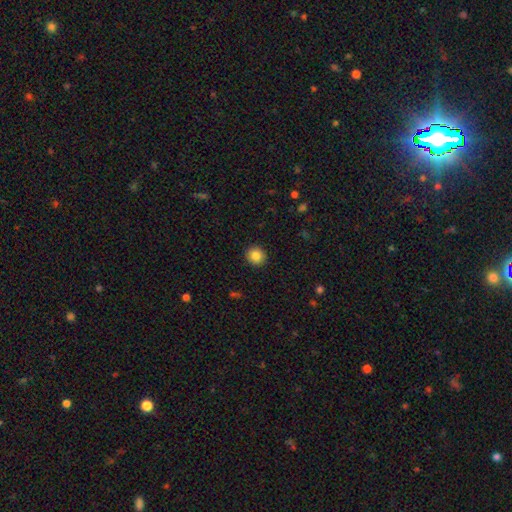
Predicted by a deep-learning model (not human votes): smooth-or-featured: smooth: 85% | star or artifact: 10% | featured or disk: 6%
  how-rounded: round: 88% | in between: 11% | cigar-shaped: 1%
  merging: none: 92% | minor disturbance: 5% | major disturbance: 2% | merger: 1%